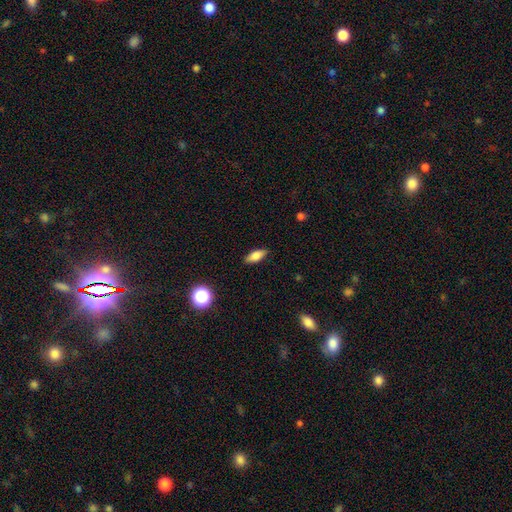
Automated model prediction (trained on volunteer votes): This appears to be a smooth galaxy with no disk features (77%) that is in between round and cigar-shaped (76%). Merging: none (87%).